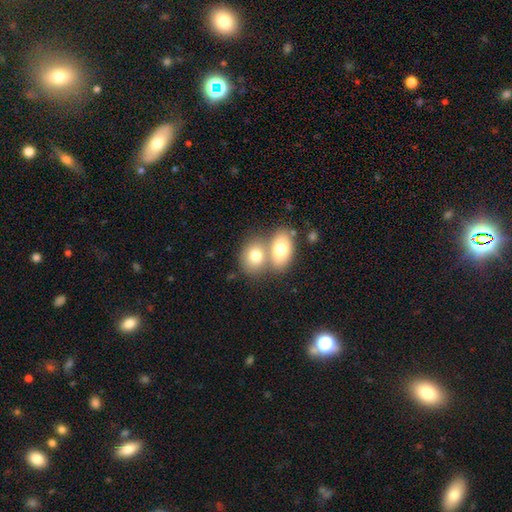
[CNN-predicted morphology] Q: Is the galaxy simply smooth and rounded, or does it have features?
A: smooth — 74%.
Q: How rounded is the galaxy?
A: in between — 62%.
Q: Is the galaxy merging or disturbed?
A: merger — 58%.